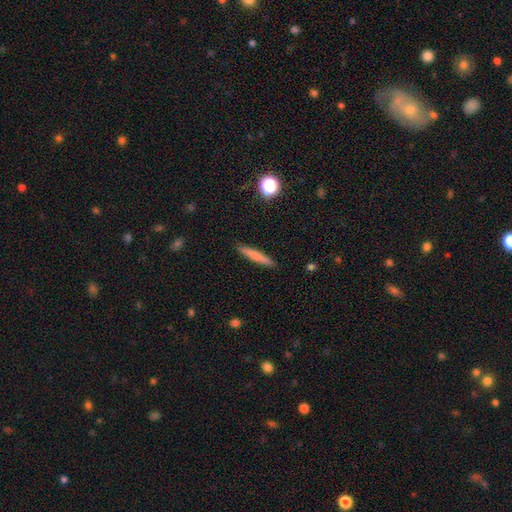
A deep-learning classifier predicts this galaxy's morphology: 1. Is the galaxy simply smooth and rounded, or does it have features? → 71% smooth, 21% featured or disk, 8% star or artifact.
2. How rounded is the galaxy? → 94% cigar-shaped, 4% in between, 2% round.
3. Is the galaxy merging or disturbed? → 91% none, 7% minor disturbance, 2% major disturbance, 1% merger.